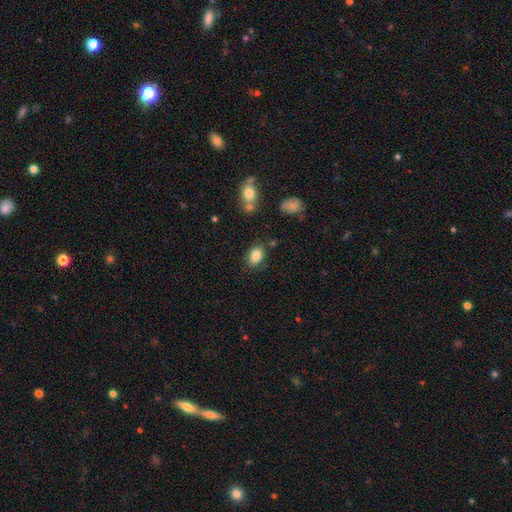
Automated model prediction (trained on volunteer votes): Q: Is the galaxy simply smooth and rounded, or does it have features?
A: smooth — 84%.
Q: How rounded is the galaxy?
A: in between — 79%.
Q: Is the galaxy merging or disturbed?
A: none — 80%.